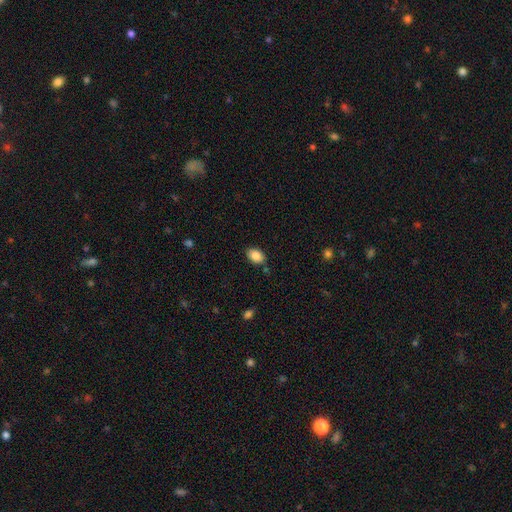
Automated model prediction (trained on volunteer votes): This is clearly a smooth galaxy (87%). How rounded: clearly in between (83%). Merging: clearly none (83%).